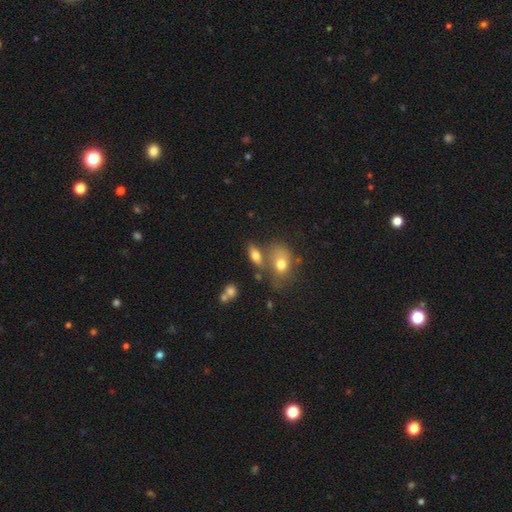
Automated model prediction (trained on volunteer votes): Smooth or featured? smooth (71%)
How rounded? in between (79%)
Merging? none (50%)